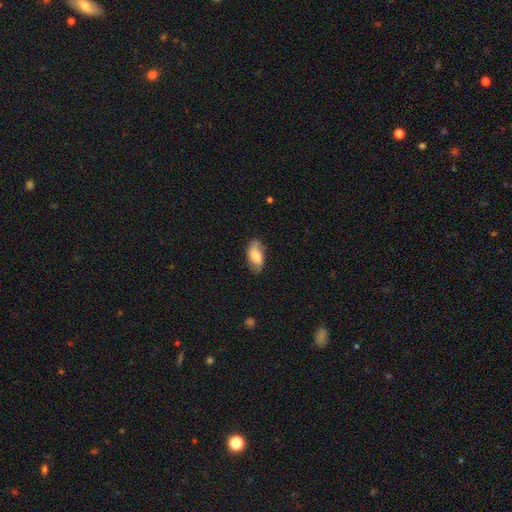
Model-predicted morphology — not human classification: Smooth or featured? Predicted: smooth (p=0.69). How rounded? Predicted: in between (p=0.91). Merging? Predicted: none (p=0.73).